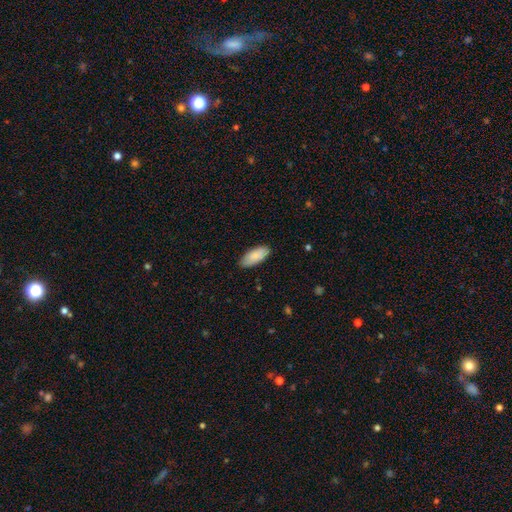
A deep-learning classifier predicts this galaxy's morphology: Smooth or featured?
  - smooth: 88% *
  - featured or disk: 6%
  - star or artifact: 5%
How rounded?
  - in between: 87% *
  - cigar-shaped: 12%
  - round: 2%
Merging?
  - none: 85% *
  - minor disturbance: 12%
  - major disturbance: 2%
  - merger: 1%